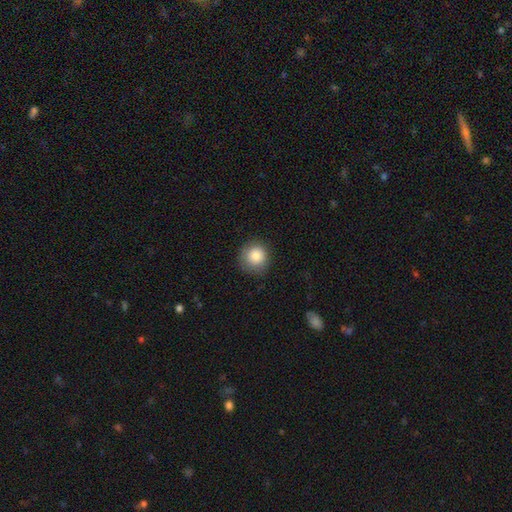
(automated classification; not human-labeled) A smooth galaxy with no disk features (85%) that is round (92%). Merging: none (82%).